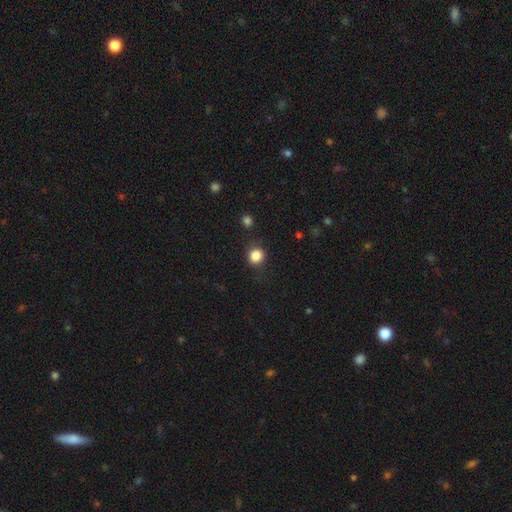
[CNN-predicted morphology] Q: Smooth or featured?
A: smooth (85%); runner-up: star or artifact (11%)
Q: How rounded?
A: round (82%); runner-up: in between (17%)
Q: Merging?
A: none (85%); runner-up: minor disturbance (10%)